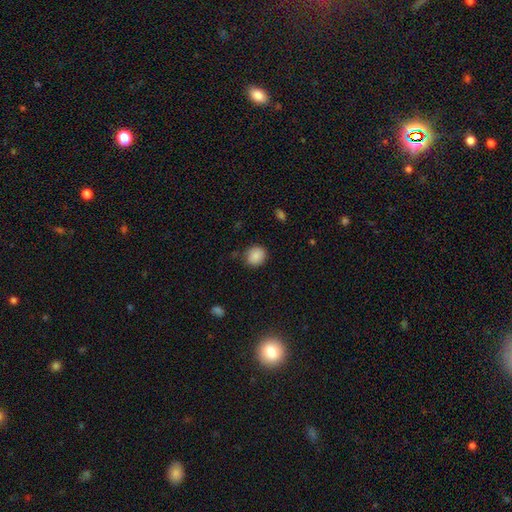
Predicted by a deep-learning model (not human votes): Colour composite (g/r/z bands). It shows a smooth galaxy with no disk features (87%) that is round (72%). Merging: none (81%).